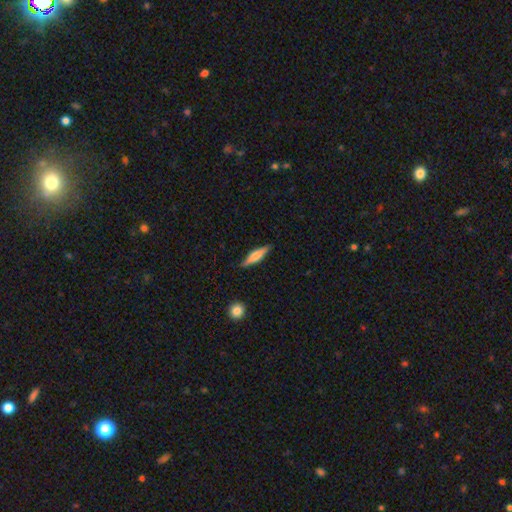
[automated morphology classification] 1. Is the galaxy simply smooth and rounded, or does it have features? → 49% smooth, 45% featured or disk, 6% star or artifact.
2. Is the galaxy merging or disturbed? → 88% none, 9% minor disturbance, 2% major disturbance, 1% merger.